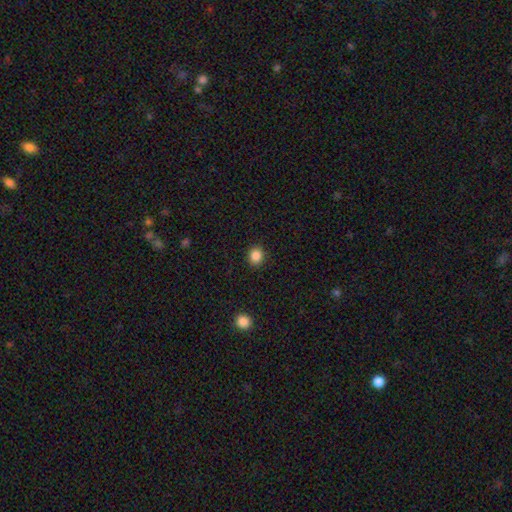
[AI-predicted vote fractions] The model was most divided on "how rounded": round: 80%, in between: 19%, cigar-shaped: 1%. More confident: merging — none (90%); smooth or featured — smooth (86%).